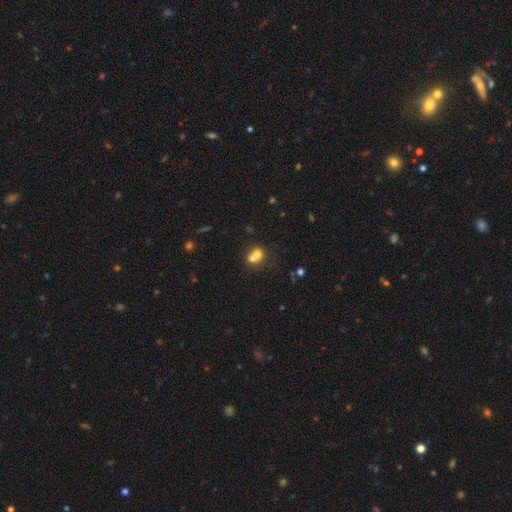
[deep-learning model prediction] smooth_or_featured: smooth (p=0.66) [alt: featured or disk p=0.21]
how_rounded: round (p=0.65) [alt: in between p=0.34]
merging: merger (p=0.64) [alt: none p=0.26]